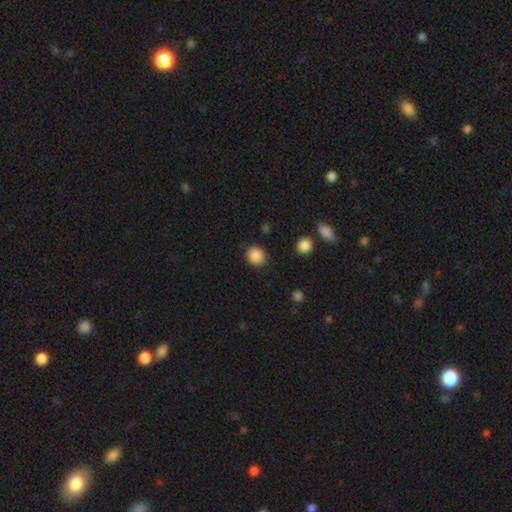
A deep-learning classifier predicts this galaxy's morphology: Smooth or featured: smooth — 88% (star or artifact — 9%)
How rounded: round — 75% (in between — 24%)
Merging: none — 87% (minor disturbance — 9%)